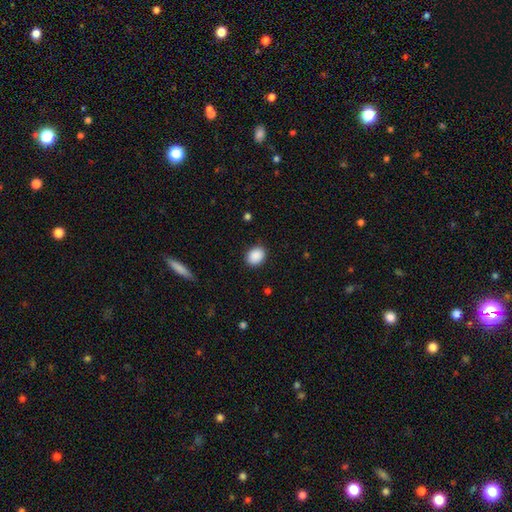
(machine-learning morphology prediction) A smooth galaxy with no disk features (90%) that is in between round and cigar-shaped (59%).

Vote fractions:
- Smooth or featured? smooth: 90% / star or artifact: 7% / featured or disk: 3%
- How rounded? in between: 59% / round: 40% / cigar-shaped: 1%
- Merging? none: 87% / minor disturbance: 9% / major disturbance: 2% / merger: 1%